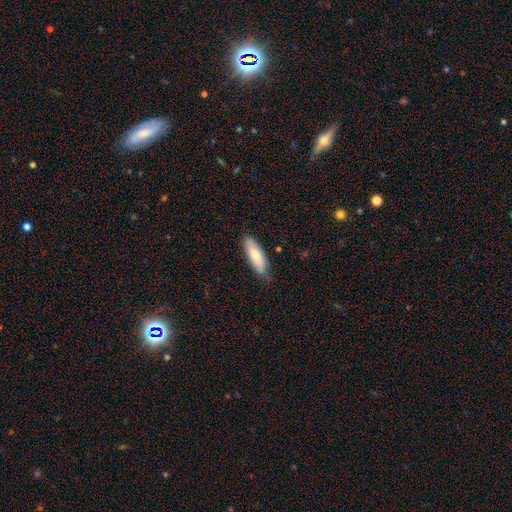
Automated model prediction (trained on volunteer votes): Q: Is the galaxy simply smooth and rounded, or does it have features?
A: smooth — 71%.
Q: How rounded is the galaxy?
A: in between — 57%.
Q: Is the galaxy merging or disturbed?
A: none — 79%.